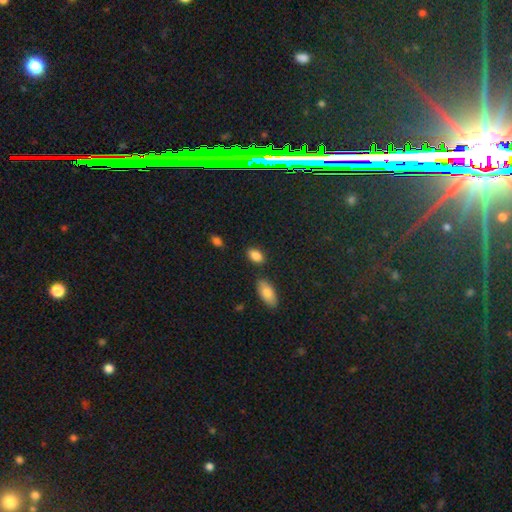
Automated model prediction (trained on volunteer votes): A smooth galaxy with no disk features (87%) that is in between round and cigar-shaped (89%).

Vote fractions:
- Smooth or featured? smooth: 87% / star or artifact: 8% / featured or disk: 5%
- How rounded? in between: 89% / round: 8% / cigar-shaped: 2%
- Merging? none: 81% / minor disturbance: 11% / merger: 5% / major disturbance: 3%